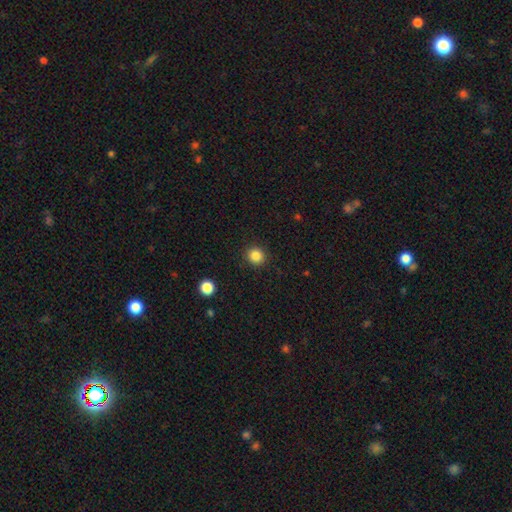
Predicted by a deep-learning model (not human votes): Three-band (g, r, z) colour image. It shows a smooth galaxy with no disk features (85%) that is round (92%). Merging: none (91%).